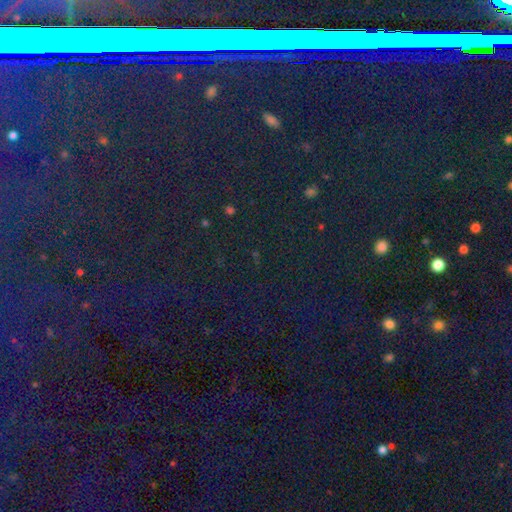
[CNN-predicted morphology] This is clearly a star or artifact rather than a galaxy (84%).